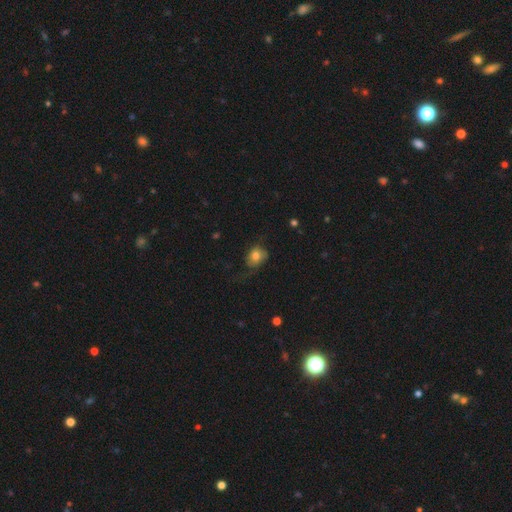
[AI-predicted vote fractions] This appears to be a smooth galaxy with no disk features (72%) that is round (50%). Merging: none (47%).